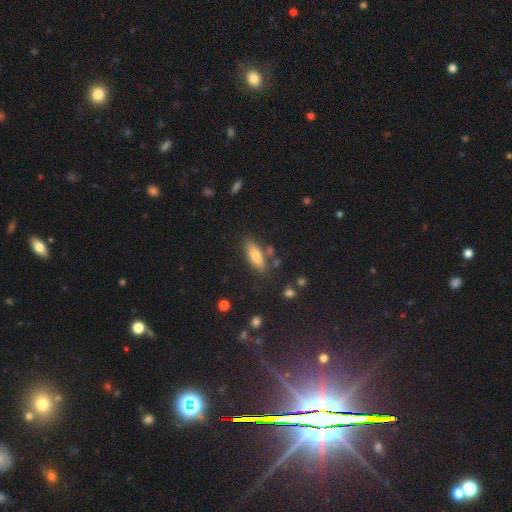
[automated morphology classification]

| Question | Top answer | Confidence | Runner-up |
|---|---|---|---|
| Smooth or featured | smooth | 77% | featured or disk (15%) |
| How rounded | in between | 64% | cigar-shaped (33%) |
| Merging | none | 77% | minor disturbance (14%) |